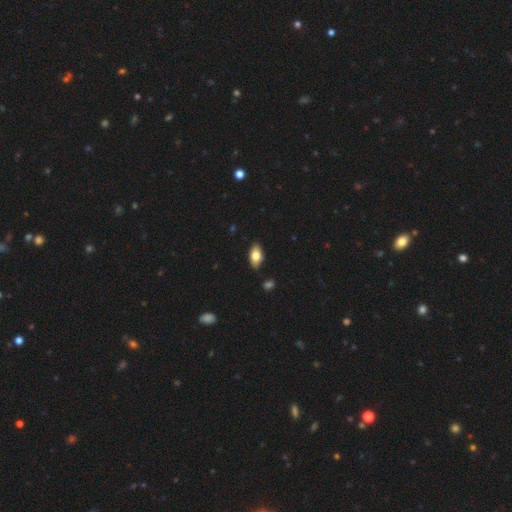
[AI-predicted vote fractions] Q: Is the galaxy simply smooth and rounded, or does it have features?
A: smooth — 78%.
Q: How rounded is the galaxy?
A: in between — 92%.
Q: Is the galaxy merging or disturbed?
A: none — 85%.